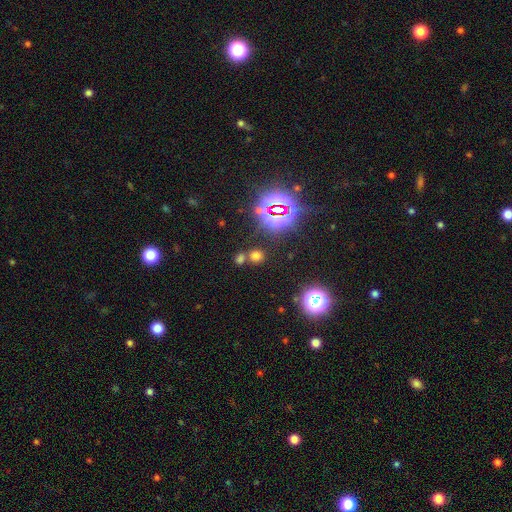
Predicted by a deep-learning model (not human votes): A smooth galaxy with no disk features (55%) that is round (80%). Merging: none (65%).